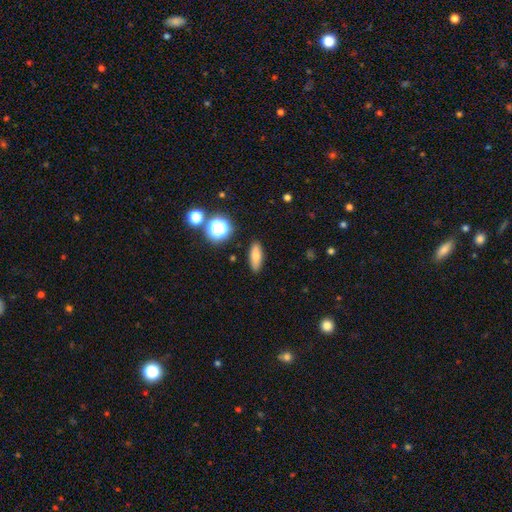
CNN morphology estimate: Q: Smooth or featured?
A: smooth (74%); runner-up: featured or disk (14%)
Q: How rounded?
A: in between (60%); runner-up: cigar-shaped (33%)
Q: Merging?
A: none (87%); runner-up: minor disturbance (8%)